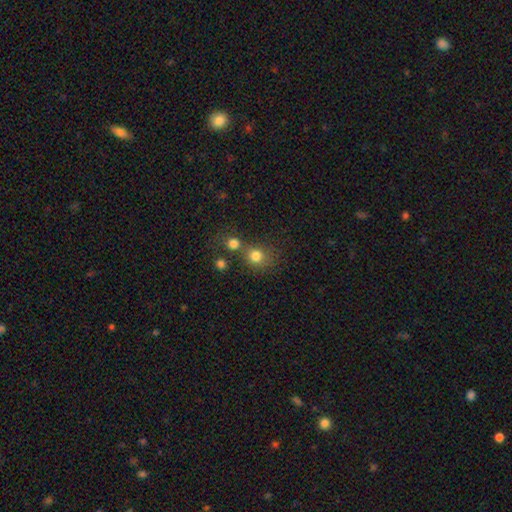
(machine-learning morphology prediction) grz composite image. It shows a smooth galaxy with no disk features (78%) that is round (82%). Merging: none (55%).